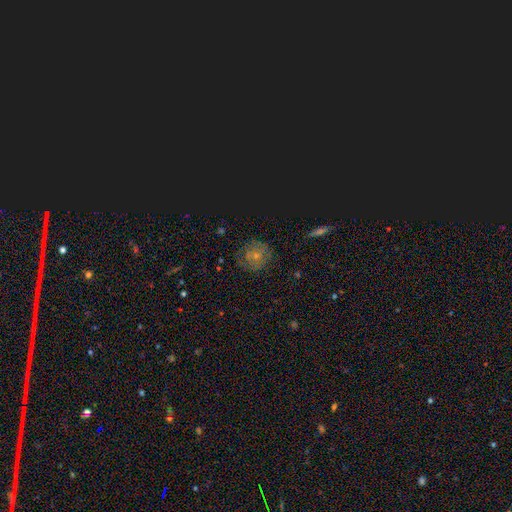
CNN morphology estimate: Smooth or featured? smooth (44%)
Merging? none (70%)